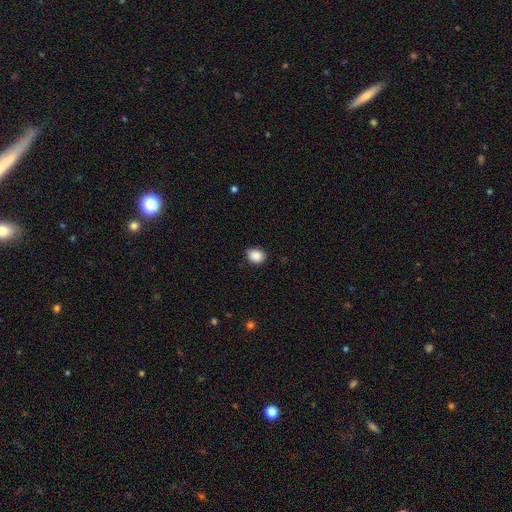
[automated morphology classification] Smooth or featured: smooth — 89% (star or artifact — 8%)
How rounded: in between — 52% (round — 47%)
Merging: none — 84% (minor disturbance — 12%)